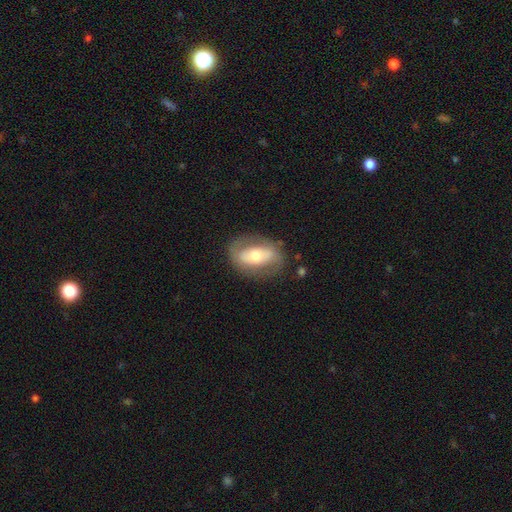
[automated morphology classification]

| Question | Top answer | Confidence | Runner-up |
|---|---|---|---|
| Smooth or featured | featured or disk | 57% | smooth (36%) |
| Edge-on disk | no | 91% | yes (9%) |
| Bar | no | 39% | strong (36%) |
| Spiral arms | no | 54% | yes (46%) |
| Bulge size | moderate | 64% | small (23%) |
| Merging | none | 74% | minor disturbance (16%) |